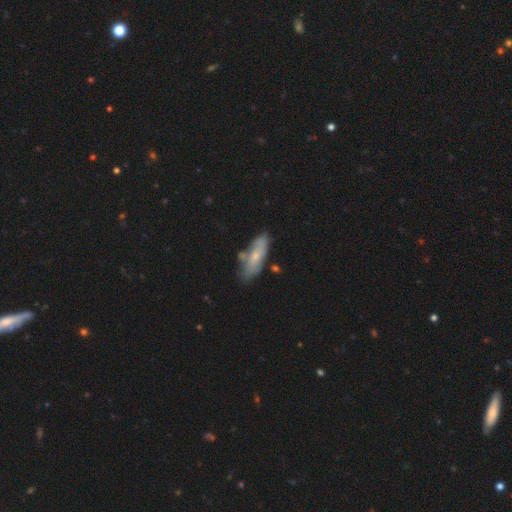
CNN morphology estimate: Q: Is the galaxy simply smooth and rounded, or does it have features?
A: smooth — 55%.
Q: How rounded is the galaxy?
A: in between — 60%.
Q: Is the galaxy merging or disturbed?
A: none — 64%.